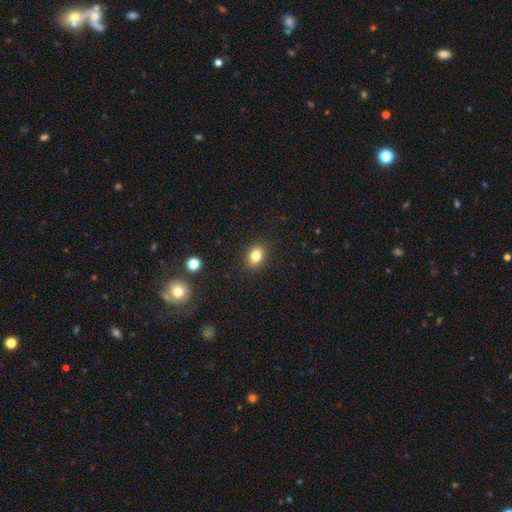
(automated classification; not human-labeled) Smooth or featured? smooth (81%)
How rounded? in between (61%)
Merging? none (89%)